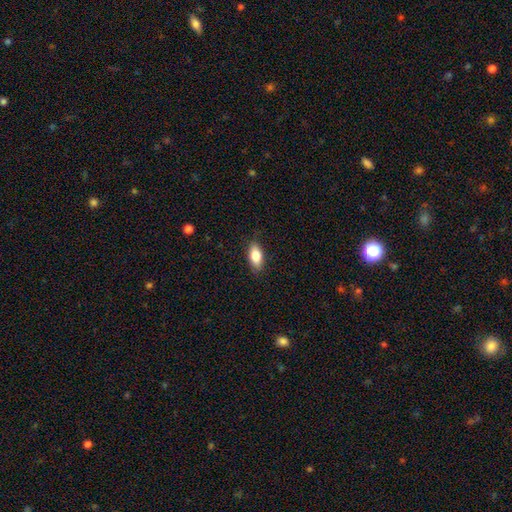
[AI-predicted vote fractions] This appears to be a smooth galaxy with no disk features (82%) that is in between round and cigar-shaped (87%). Merging: none (85%).